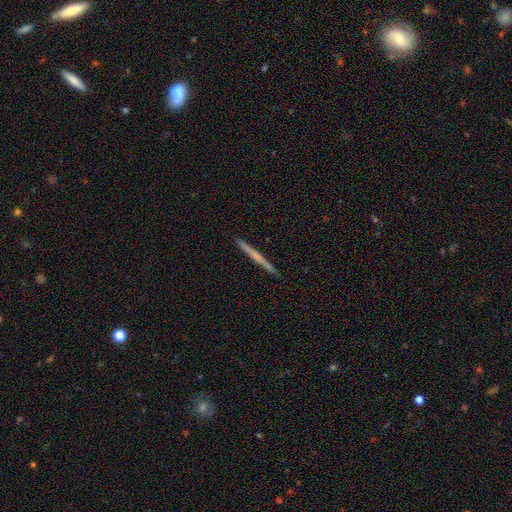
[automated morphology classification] The model was most divided on "smooth or featured": smooth: 50%, featured or disk: 45%, star or artifact: 6%. More confident: merging — none (92%).